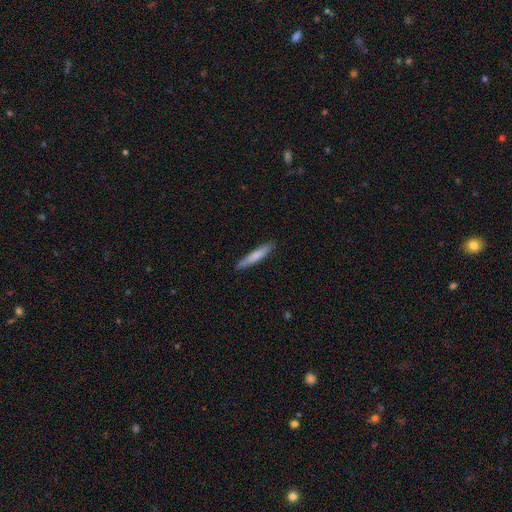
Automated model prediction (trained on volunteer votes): Smooth or featured? smooth (76%)
How rounded? cigar-shaped (93%)
Merging? none (89%)